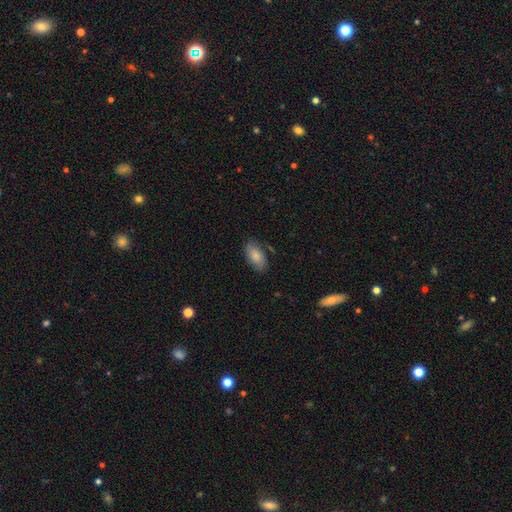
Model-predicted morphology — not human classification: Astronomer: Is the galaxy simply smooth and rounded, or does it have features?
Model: smooth — 82%.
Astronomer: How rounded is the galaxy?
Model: in between — 94%.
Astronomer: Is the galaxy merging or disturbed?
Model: none — 77%.